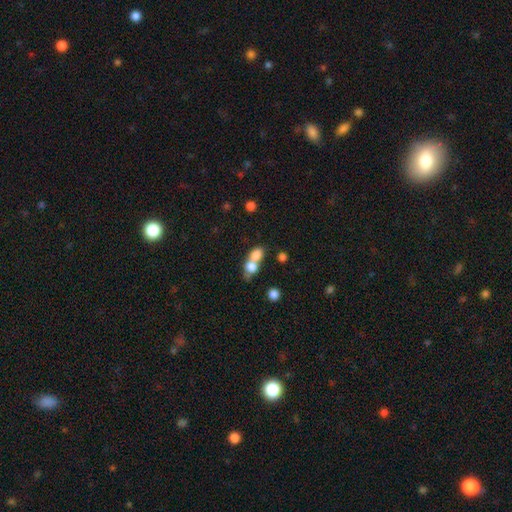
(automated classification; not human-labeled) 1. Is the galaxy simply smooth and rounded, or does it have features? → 75% smooth, 14% featured or disk, 11% star or artifact.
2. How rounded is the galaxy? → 55% in between, 42% round, 3% cigar-shaped.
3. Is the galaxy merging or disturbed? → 66% merger, 23% none, 6% minor disturbance, 5% major disturbance.